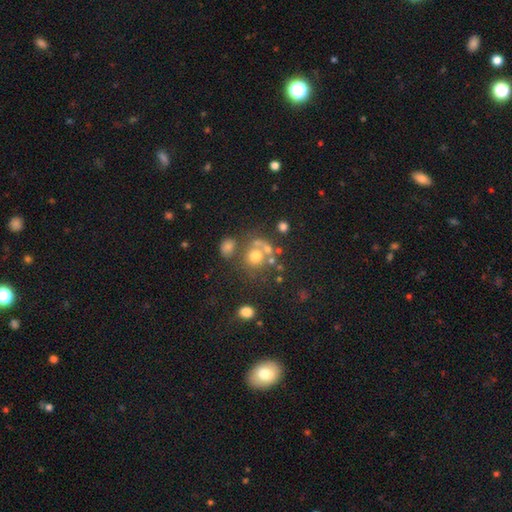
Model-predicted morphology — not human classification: The model was most divided on "merging": none: 45%, merger: 30%, minor disturbance: 13%, major disturbance: 12%. More confident: how rounded — round (81%); smooth or featured — smooth (63%).